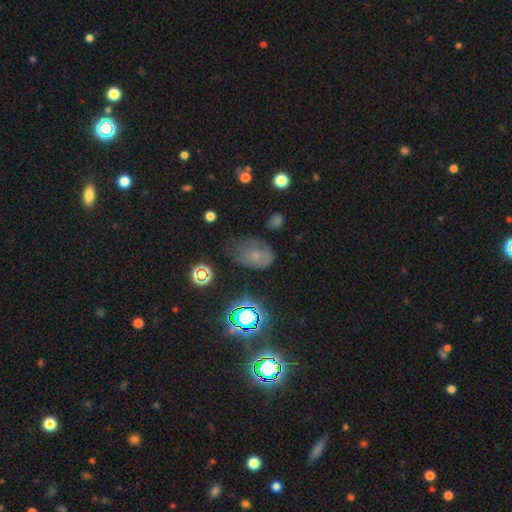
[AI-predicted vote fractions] smooth_or_featured: smooth (p=0.52) [alt: star or artifact p=0.27]
how_rounded: in between (p=0.76) [alt: round p=0.23]
merging: none (p=0.45) [alt: minor disturbance p=0.33]